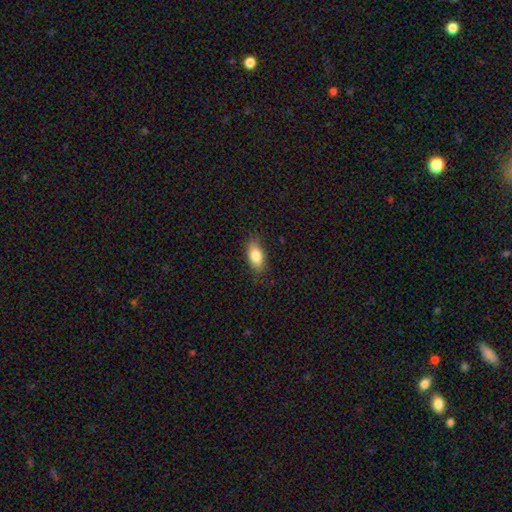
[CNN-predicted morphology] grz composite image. It shows a smooth galaxy with no disk features (82%) that is in between round and cigar-shaped (88%). Merging: none (81%).